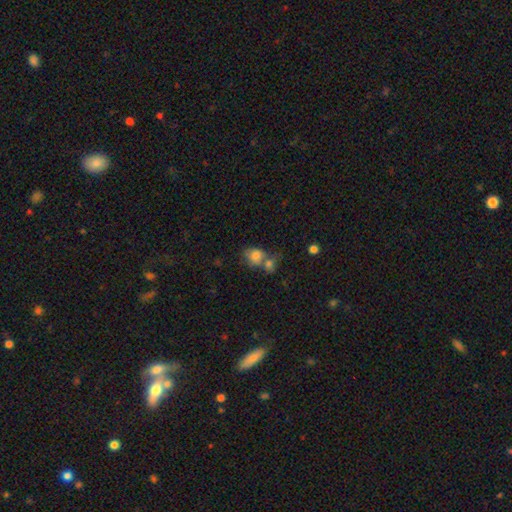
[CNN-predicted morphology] smooth-or-featured: smooth: 80% | featured or disk: 11% | star or artifact: 10%
  how-rounded: round: 57% | in between: 41% | cigar-shaped: 1%
  merging: merger: 50% | none: 32% | minor disturbance: 12% | major disturbance: 6%